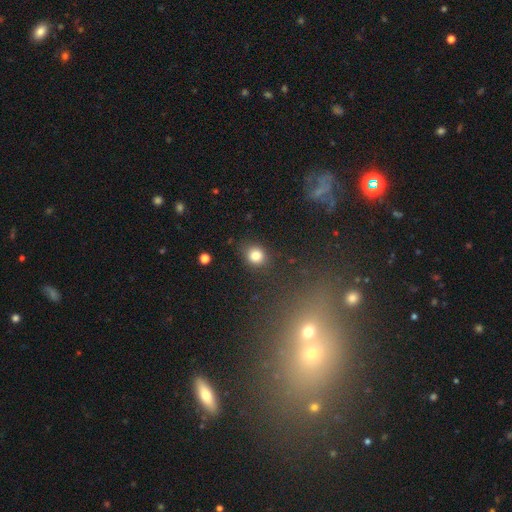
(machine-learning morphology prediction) Smooth or featured?
  - smooth: 83% *
  - star or artifact: 11%
  - featured or disk: 6%
How rounded?
  - round: 73% *
  - in between: 26%
  - cigar-shaped: 1%
Merging?
  - none: 84% *
  - minor disturbance: 11%
  - major disturbance: 3%
  - merger: 2%